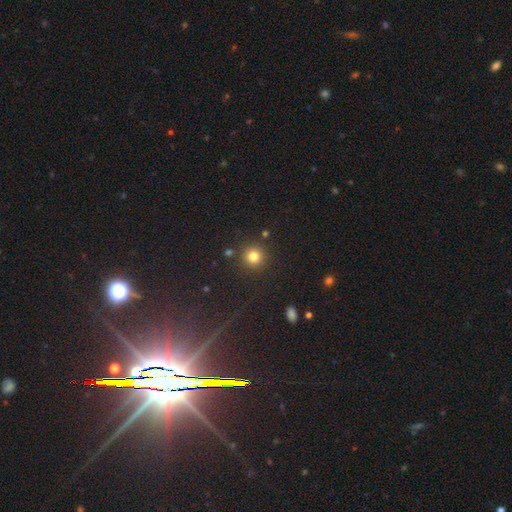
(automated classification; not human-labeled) Morphology: type=smooth (79%); roundness=round (95%); merging=none (89%).